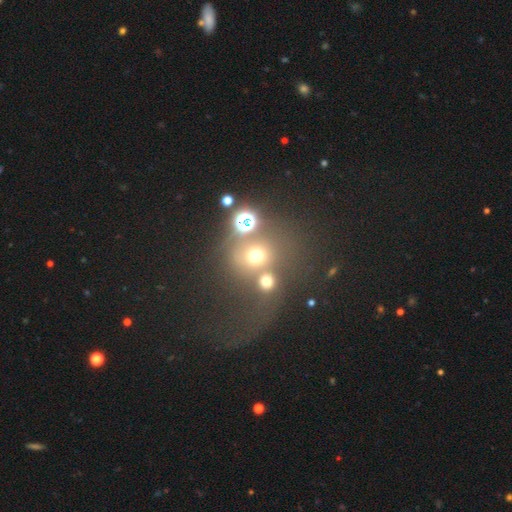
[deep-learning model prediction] Smooth or featured? Predicted: smooth (p=0.61). How rounded? Predicted: round (p=0.82). Merging? Predicted: none (p=0.51).